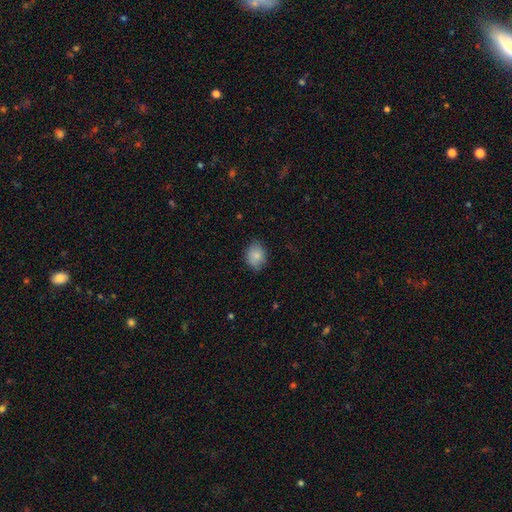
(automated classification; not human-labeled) Smooth or featured?
  - smooth: 85% *
  - star or artifact: 8%
  - featured or disk: 8%
How rounded?
  - in between: 55% *
  - round: 44%
  - cigar-shaped: 1%
Merging?
  - none: 79% *
  - minor disturbance: 16%
  - major disturbance: 3%
  - merger: 1%